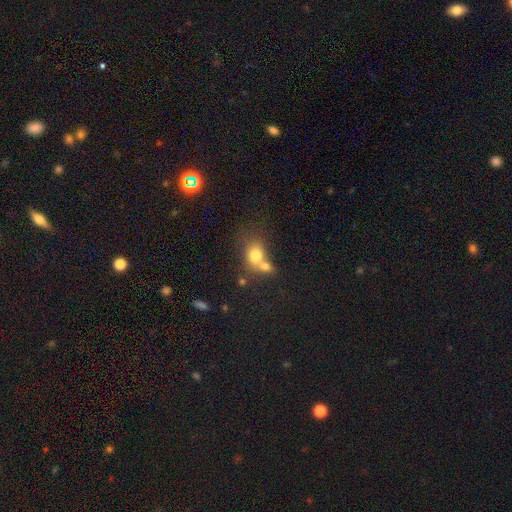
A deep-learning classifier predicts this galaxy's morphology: Smooth or featured?
  - smooth: 74% *
  - featured or disk: 14%
  - star or artifact: 11%
How rounded?
  - round: 51% *
  - in between: 48%
  - cigar-shaped: 1%
Merging?
  - merger: 58% *
  - none: 28%
  - minor disturbance: 9%
  - major disturbance: 5%